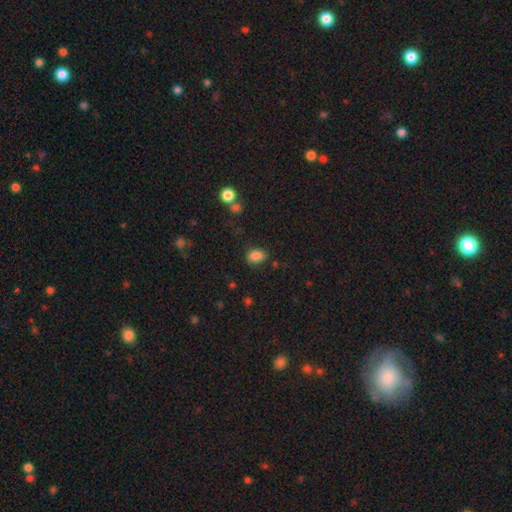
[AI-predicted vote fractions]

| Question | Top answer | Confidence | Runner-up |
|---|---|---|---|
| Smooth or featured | smooth | 85% | star or artifact (10%) |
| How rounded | in between | 76% | round (23%) |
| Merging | none | 75% | minor disturbance (17%) |